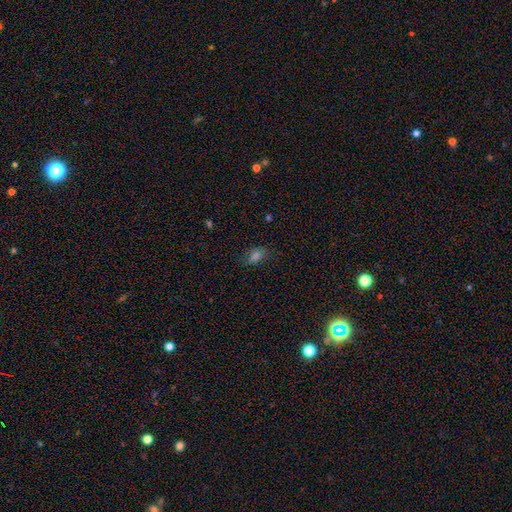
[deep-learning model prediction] The model was most divided on "smooth or featured": smooth: 63%, star or artifact: 23%, featured or disk: 13%. More confident: how rounded — in between (78%); merging — none (70%).